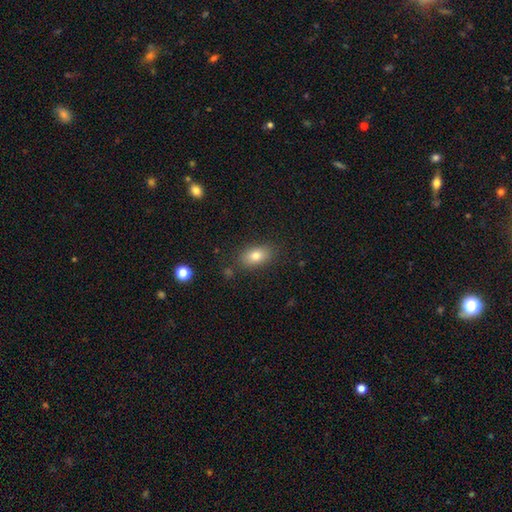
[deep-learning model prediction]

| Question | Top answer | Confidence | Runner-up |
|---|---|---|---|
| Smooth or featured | smooth | 80% | featured or disk (11%) |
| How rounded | in between | 87% | round (10%) |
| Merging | none | 82% | minor disturbance (12%) |